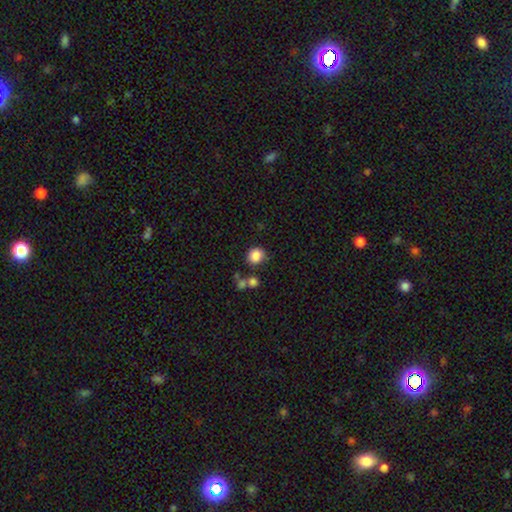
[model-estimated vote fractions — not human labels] The model was most divided on "merging": none: 75%, minor disturbance: 12%, merger: 9%, major disturbance: 4%. More confident: smooth or featured — smooth (85%); how rounded — round (82%).